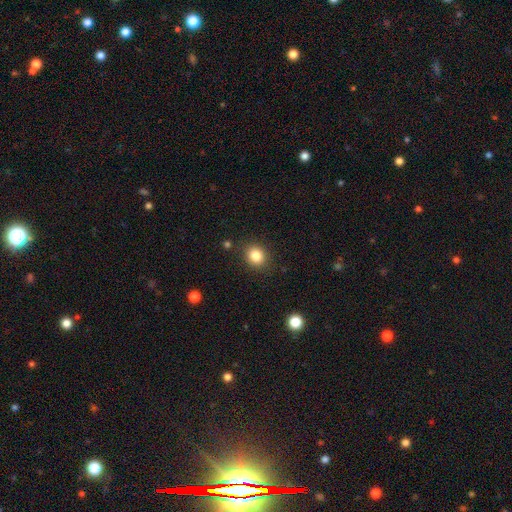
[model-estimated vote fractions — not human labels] A smooth galaxy with no disk features (84%) that is round (75%). Merging: none (88%).